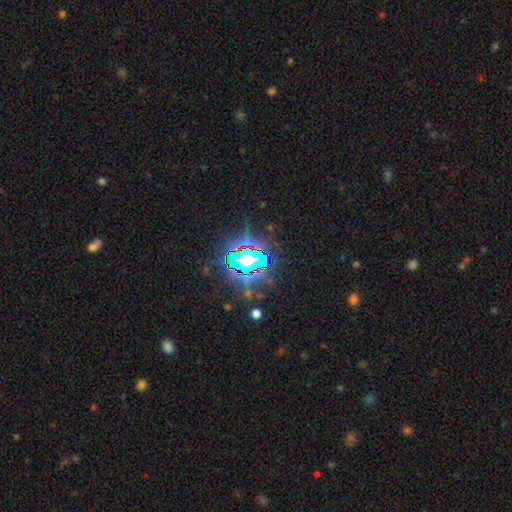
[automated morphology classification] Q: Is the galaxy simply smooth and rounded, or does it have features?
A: star or artifact — 78%.